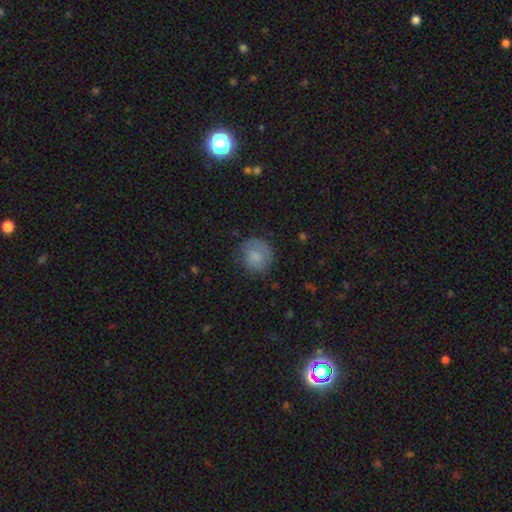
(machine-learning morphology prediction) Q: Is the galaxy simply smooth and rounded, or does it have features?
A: smooth — 72%.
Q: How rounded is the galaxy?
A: round — 86%.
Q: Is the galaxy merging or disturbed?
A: none — 68%.